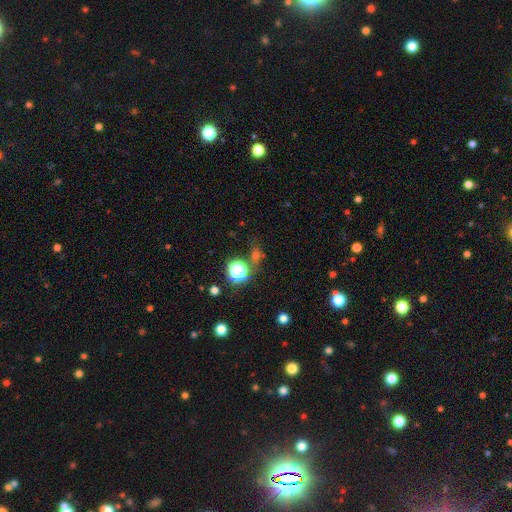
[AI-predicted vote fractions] star or artifact 54%, smooth 36%, featured or disk 10%.